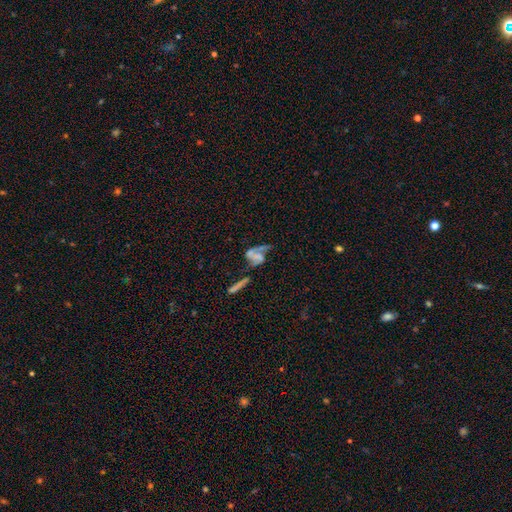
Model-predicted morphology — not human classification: This appears to be a featured or disk galaxy (62%) with no bar (62%), spiral arms (68%) and no central bulge (55%). Merging: merger (31%).